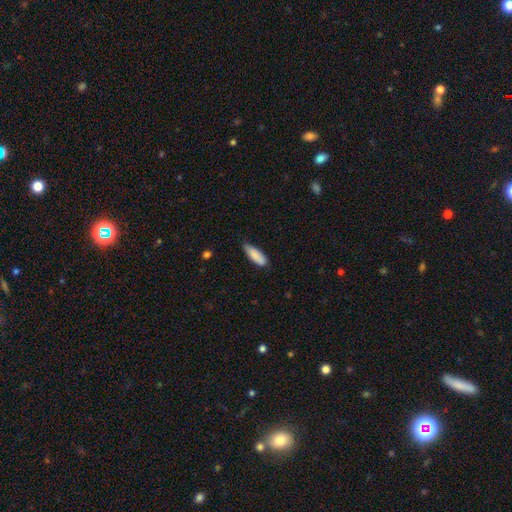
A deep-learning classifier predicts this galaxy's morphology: A smooth galaxy with no disk features (86%) that is in between round and cigar-shaped (62%).

Vote fractions:
- Smooth or featured? smooth: 86% / featured or disk: 8% / star or artifact: 6%
- How rounded? in between: 62% / cigar-shaped: 36% / round: 2%
- Merging? none: 73% / minor disturbance: 23% / major disturbance: 3% / merger: 1%